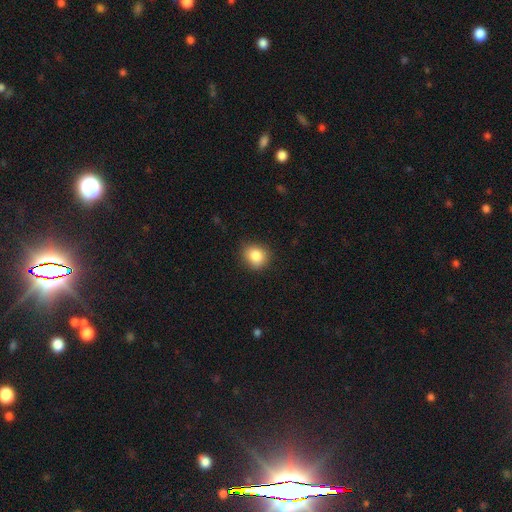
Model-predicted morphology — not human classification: Smooth or featured?
  - smooth: 85% *
  - star or artifact: 10%
  - featured or disk: 6%
How rounded?
  - round: 72% *
  - in between: 27%
  - cigar-shaped: 1%
Merging?
  - none: 84% *
  - minor disturbance: 12%
  - major disturbance: 3%
  - merger: 1%